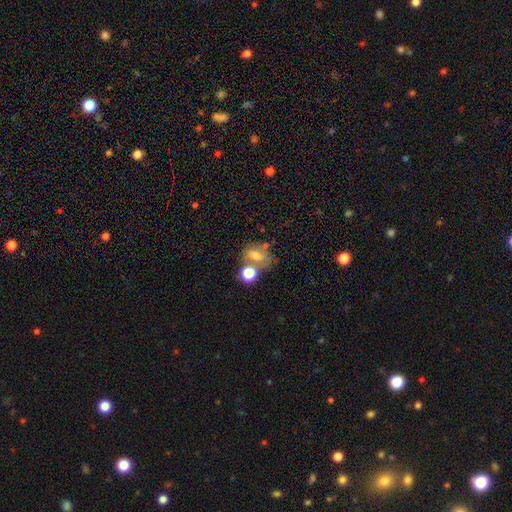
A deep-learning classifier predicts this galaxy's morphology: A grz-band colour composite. It shows a smooth galaxy with no disk features (58%) that is in between round and cigar-shaped (62%). Merging: none (37%, tied with merger).